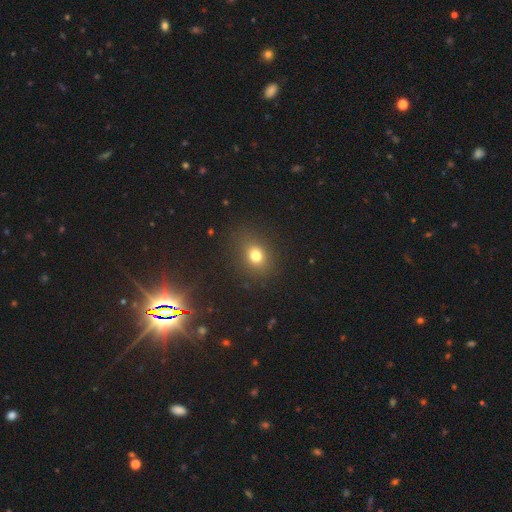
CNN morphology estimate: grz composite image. It shows a smooth galaxy with no disk features (75%) that is round (55%). Merging: none (84%).